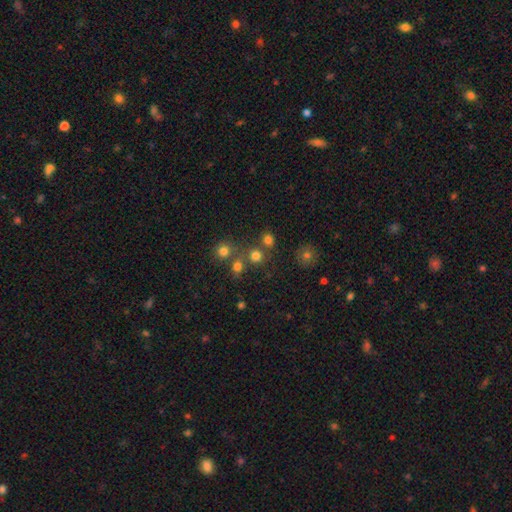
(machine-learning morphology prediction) Overall: smooth (75%). How rounded: round (88%). Merging: none (67%).